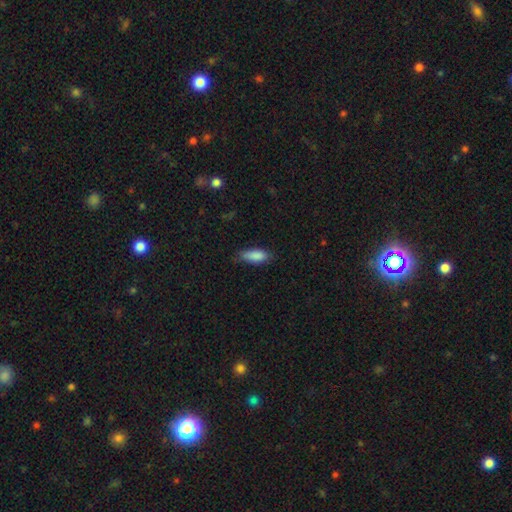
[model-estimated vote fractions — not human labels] The model was most divided on "how rounded": in between: 73%, cigar-shaped: 25%, round: 2%. More confident: smooth or featured — smooth (86%); merging — none (72%).